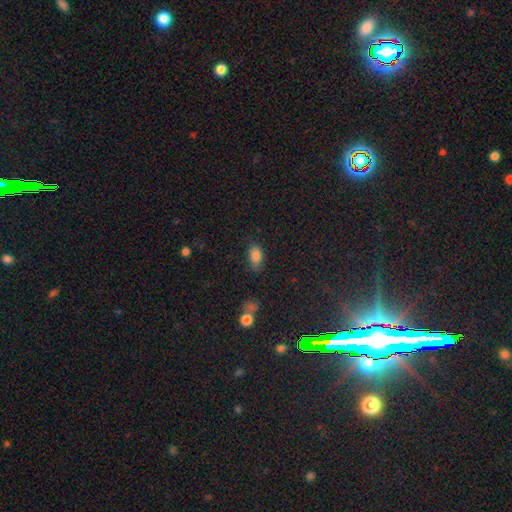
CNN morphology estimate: Smooth or featured? smooth (84%)
How rounded? in between (90%)
Merging? none (76%)